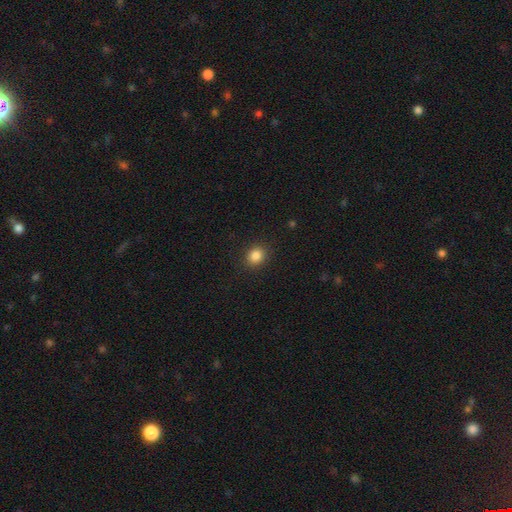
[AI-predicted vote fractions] This appears to be a smooth galaxy with no disk features (85%) that is round (74%). Merging: none (90%).